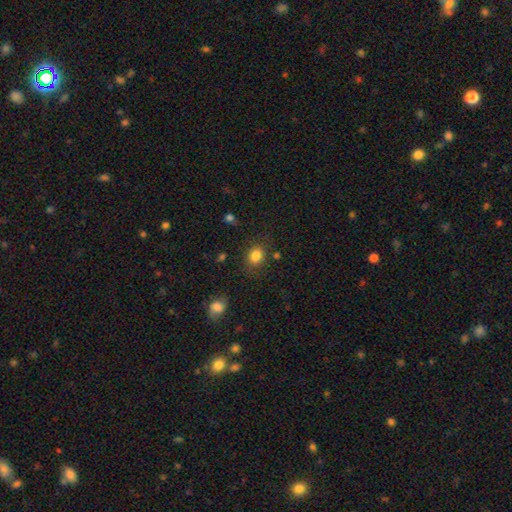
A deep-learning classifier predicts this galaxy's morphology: smooth_or_featured: smooth (p=0.84) [alt: star or artifact p=0.11]
how_rounded: round (p=0.58) [alt: in between p=0.41]
merging: none (p=0.80) [alt: minor disturbance p=0.13]